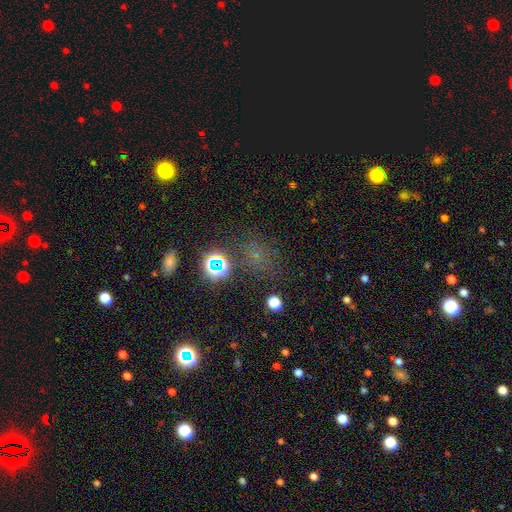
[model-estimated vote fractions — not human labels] smooth_or_featured: smooth (p=0.45) [alt: star or artifact p=0.44]
merging: none (p=0.66) [alt: minor disturbance p=0.17]